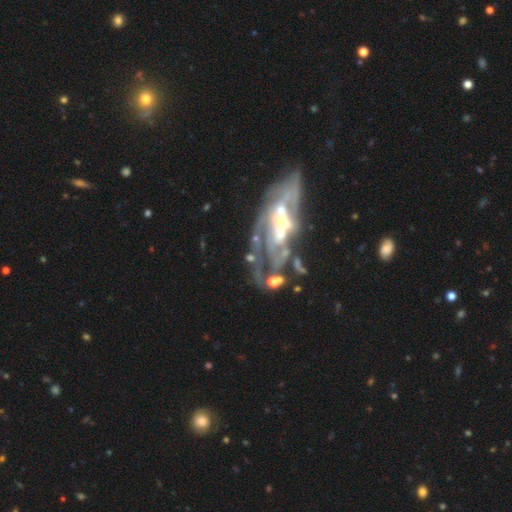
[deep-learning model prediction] This is likely a featured or disk galaxy (80%). It is clearly not viewed edge-on (87%). Bar: possibly no (57%). Spiral arm pattern: likely yes (60%). Central bulge: marginally moderate (41%). Merging: marginally none (39%).